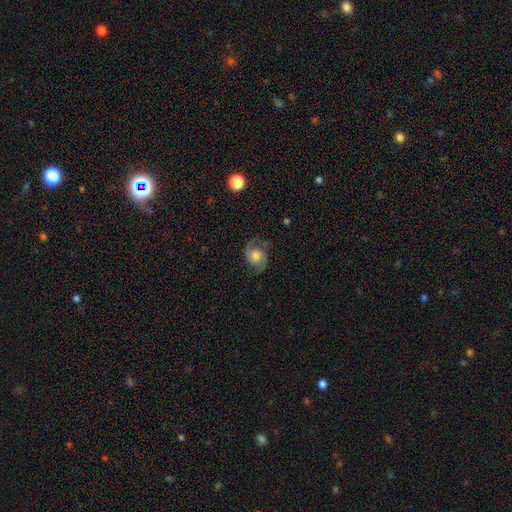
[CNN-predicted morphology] Smooth or featured?
  - featured or disk: 83% *
  - smooth: 11%
  - star or artifact: 6%
Edge-on disk?
  - no: 98% *
  - yes: 2%
Bar?
  - no: 67% *
  - weak: 28%
  - strong: 5%
Spiral arms?
  - yes: 96% *
  - no: 4%
Spiral winding?
  - medium: 53% *
  - loose: 25%
  - tight: 22%
Spiral arm count?
  - 2: 92% *
  - can't tell: 3%
  - 1: 3%
  - 3: 1%
  - 4: 1%
  - more than 4: 1%
Bulge size?
  - moderate: 60% *
  - large: 24%
  - small: 11%
  - none: 3%
  - dominant: 2%
Merging?
  - none: 76% *
  - minor disturbance: 16%
  - major disturbance: 6%
  - merger: 1%